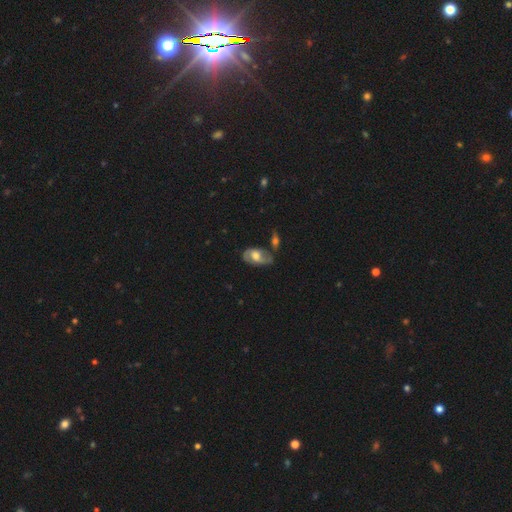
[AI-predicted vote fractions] This appears to be a featured or disk galaxy (65%) with no bar (57%), spiral arms (77%) and a moderate central bulge (59%). Merging: none (56%).